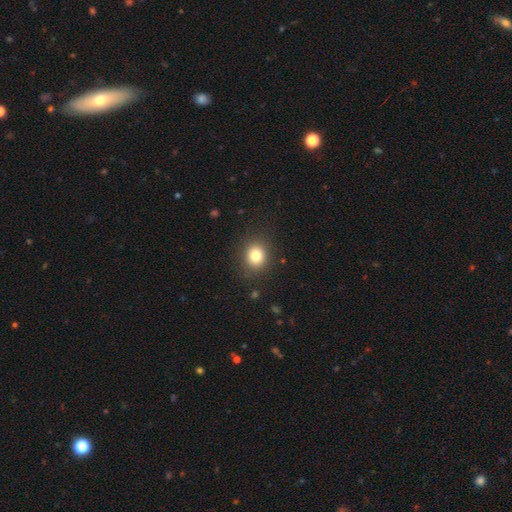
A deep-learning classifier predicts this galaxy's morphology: smooth-or-featured: smooth: 81% | star or artifact: 12% | featured or disk: 7%
  how-rounded: round: 71% | in between: 28% | cigar-shaped: 1%
  merging: none: 87% | minor disturbance: 9% | major disturbance: 3% | merger: 1%